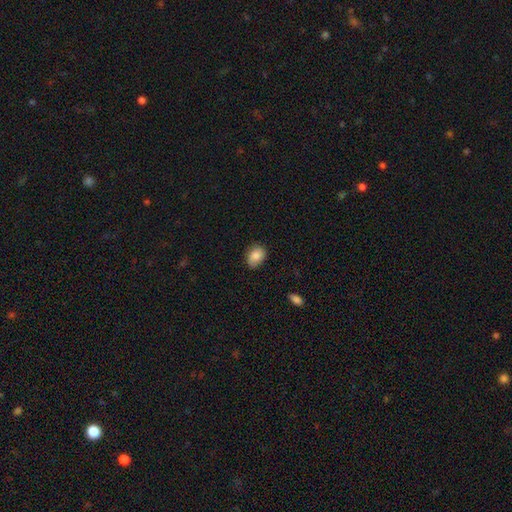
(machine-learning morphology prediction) A smooth galaxy with no disk features (81%) that is in between round and cigar-shaped (66%). Merging: none (70%).